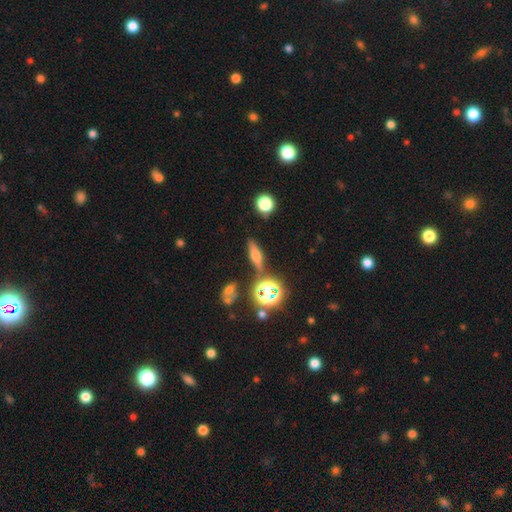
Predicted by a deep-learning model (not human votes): This appears to be a featured or disk galaxy (42%). Merging: none (79%).